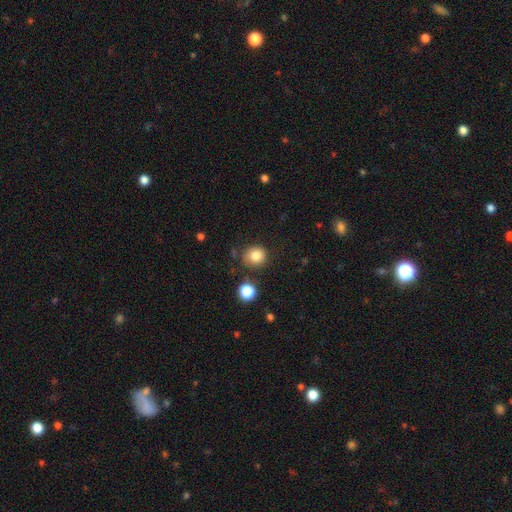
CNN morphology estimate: smooth_or_featured: smooth (p=0.83) [alt: star or artifact p=0.11]
how_rounded: round (p=0.83) [alt: in between p=0.16]
merging: none (p=0.79) [alt: minor disturbance p=0.13]